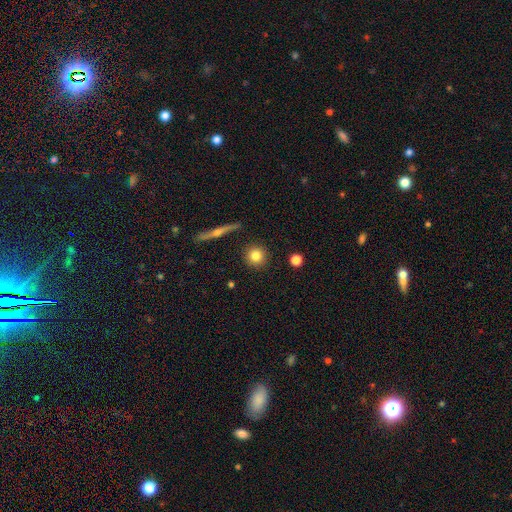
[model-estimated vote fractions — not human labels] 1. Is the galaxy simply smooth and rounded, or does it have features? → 81% smooth, 10% featured or disk, 9% star or artifact.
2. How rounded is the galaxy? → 94% round, 5% in between, 1% cigar-shaped.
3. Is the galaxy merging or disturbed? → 90% none, 6% minor disturbance, 2% merger, 2% major disturbance.